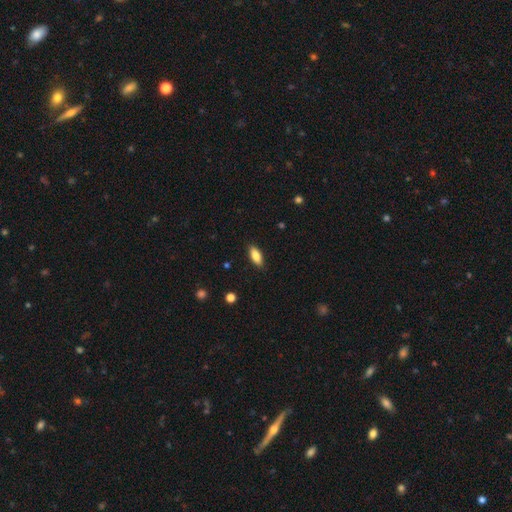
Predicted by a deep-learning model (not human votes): A smooth galaxy with no disk features (84%) that is in between round and cigar-shaped (79%).

Vote fractions:
- Smooth or featured? smooth: 84% / featured or disk: 10% / star or artifact: 7%
- How rounded? in between: 79% / cigar-shaped: 19% / round: 2%
- Merging? none: 88% / minor disturbance: 9% / major disturbance: 2% / merger: 1%